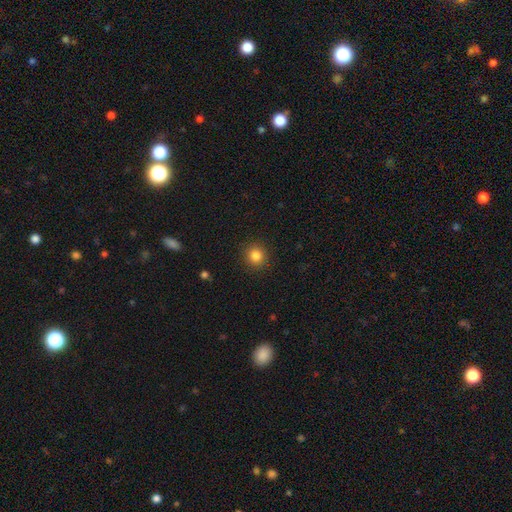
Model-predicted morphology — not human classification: Q: Smooth or featured?
A: smooth (84%); runner-up: star or artifact (12%)
Q: How rounded?
A: round (92%); runner-up: in between (7%)
Q: Merging?
A: none (91%); runner-up: minor disturbance (6%)